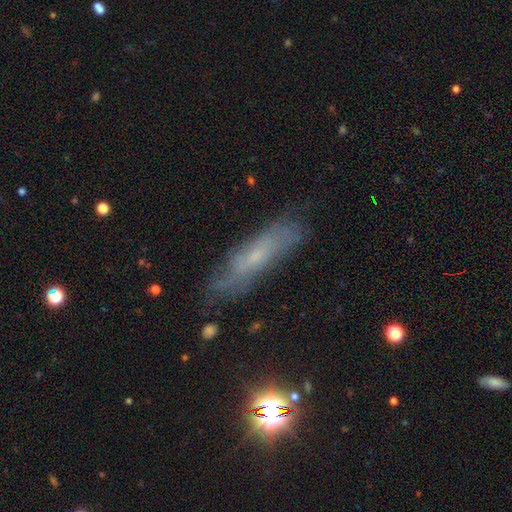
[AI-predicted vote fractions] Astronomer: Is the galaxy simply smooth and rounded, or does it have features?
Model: featured or disk — 49% (runner-up: smooth, 38%).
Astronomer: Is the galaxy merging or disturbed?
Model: none — 72%.